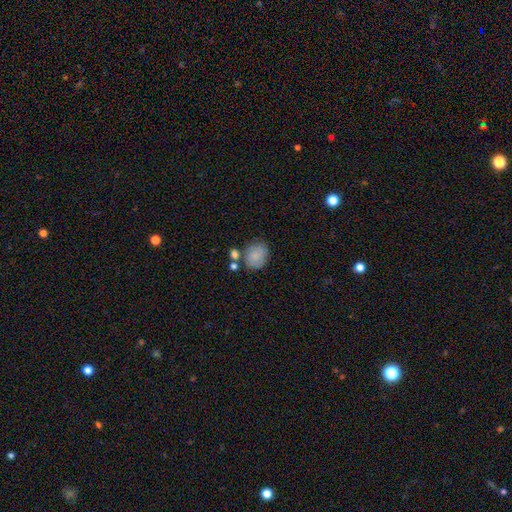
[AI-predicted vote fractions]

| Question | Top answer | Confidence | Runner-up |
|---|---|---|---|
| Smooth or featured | smooth | 85% | star or artifact (8%) |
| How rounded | round | 56% | in between (43%) |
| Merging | none | 66% | minor disturbance (16%) |